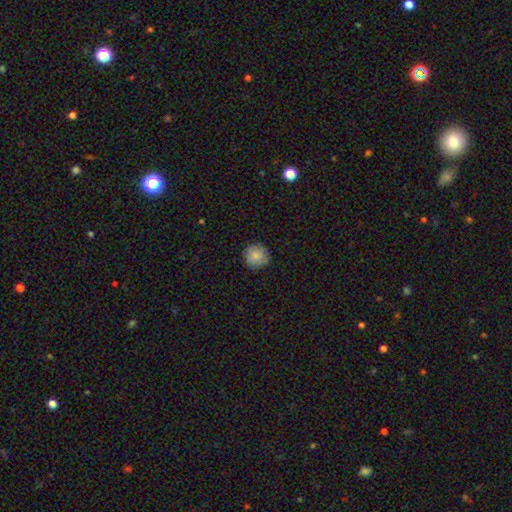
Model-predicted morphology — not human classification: The model was most divided on "merging": none: 85%, minor disturbance: 11%, major disturbance: 2%, merger: 1%. More confident: how rounded — round (93%); smooth or featured — smooth (85%).